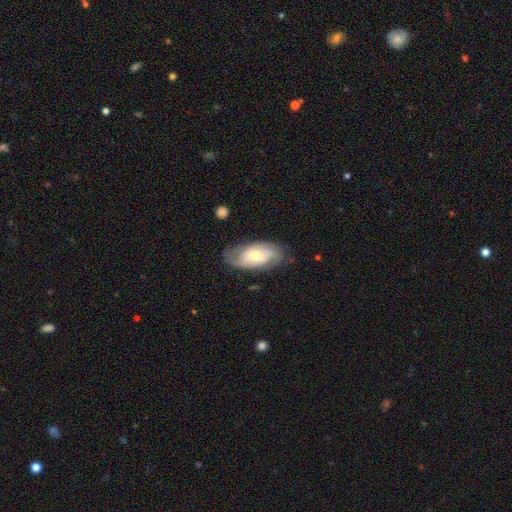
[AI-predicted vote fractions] Smooth or featured: featured or disk — 61% (smooth — 33%)
Edge-on disk: no — 92% (yes — 8%)
Bar: no — 63% (weak — 28%)
Spiral arms: yes — 82% (no — 18%)
Bulge size: moderate — 50% (small — 44%)
Merging: none — 67% (minor disturbance — 23%)